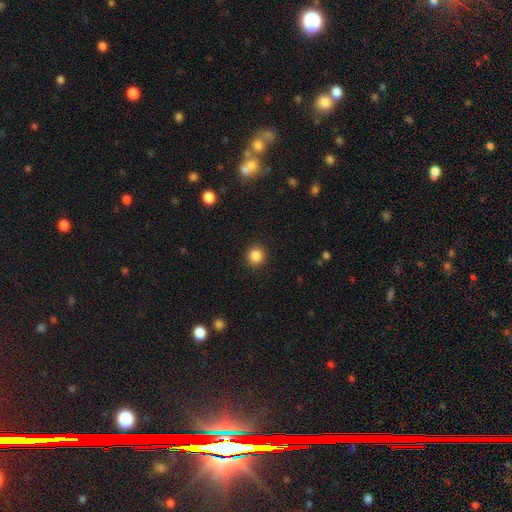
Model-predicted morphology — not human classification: A smooth galaxy with no disk features (86%) that is round (89%). Merging: none (91%).